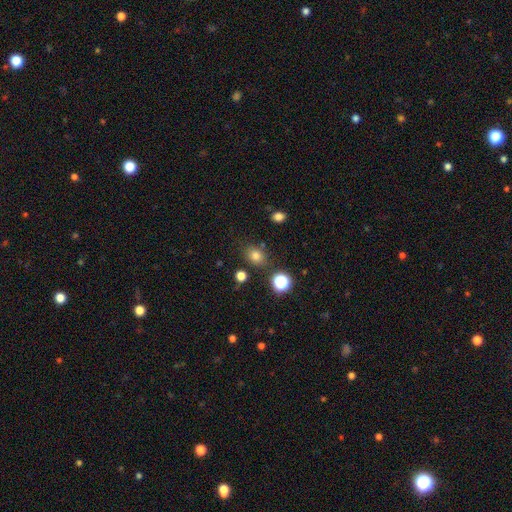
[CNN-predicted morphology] smooth 77%, star or artifact 17%, featured or disk 7%. Down the decision tree: how rounded — round (53%); merging — none (79%).